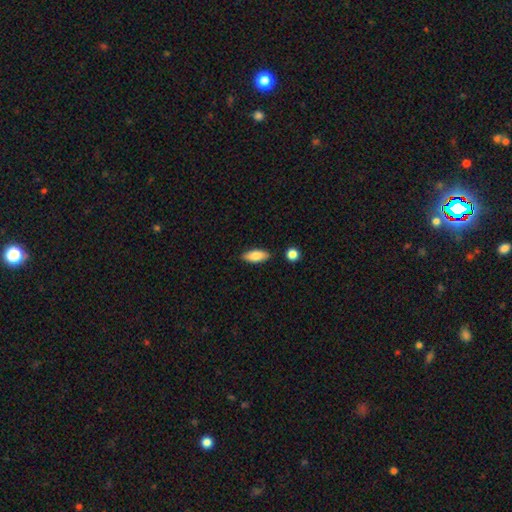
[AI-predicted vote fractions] smooth-or-featured: smooth: 83% | featured or disk: 10% | star or artifact: 6%
  how-rounded: in between: 83% | cigar-shaped: 14% | round: 3%
  merging: none: 85% | minor disturbance: 10% | merger: 3% | major disturbance: 2%